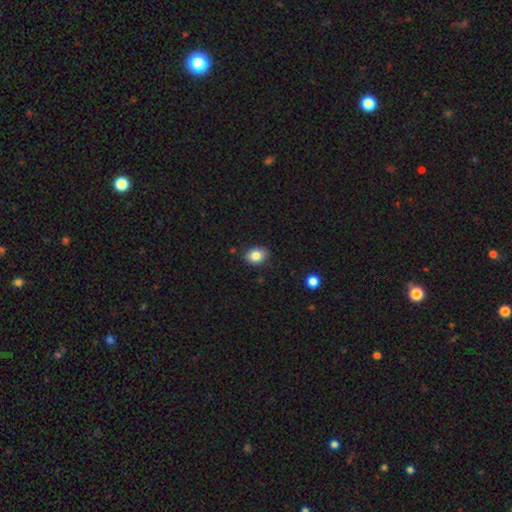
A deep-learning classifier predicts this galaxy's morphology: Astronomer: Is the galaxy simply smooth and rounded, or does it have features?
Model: smooth — 84%.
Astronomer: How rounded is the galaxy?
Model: in between — 62%.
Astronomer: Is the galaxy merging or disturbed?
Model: none — 85%.